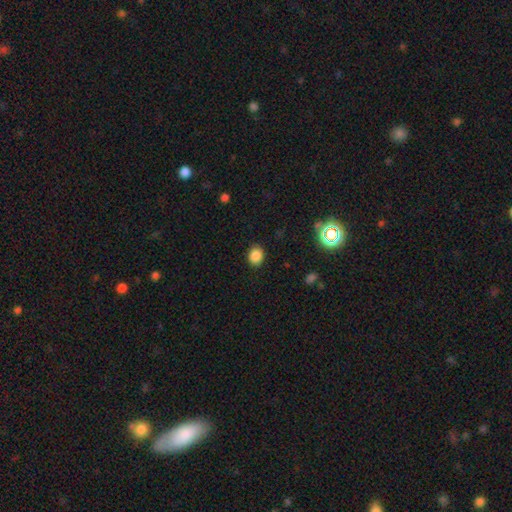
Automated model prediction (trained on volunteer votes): This is clearly a smooth galaxy (85%). How rounded: possibly round (55%). Merging: clearly none (89%).